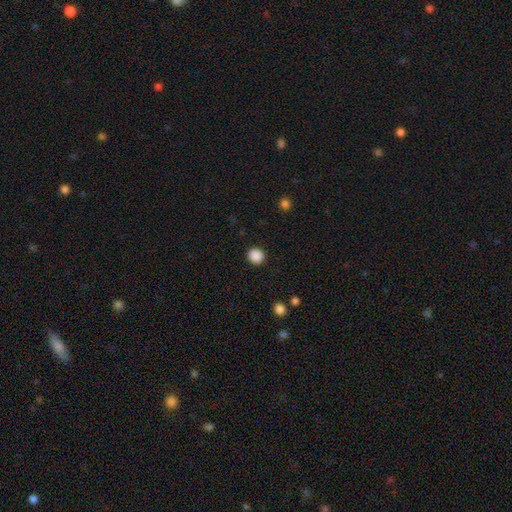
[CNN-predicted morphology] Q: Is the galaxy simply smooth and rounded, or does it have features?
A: smooth — 88%.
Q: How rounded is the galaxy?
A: round — 89%.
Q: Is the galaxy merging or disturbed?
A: none — 91%.